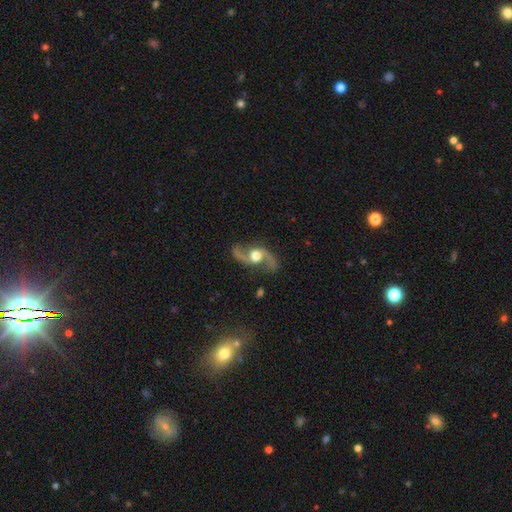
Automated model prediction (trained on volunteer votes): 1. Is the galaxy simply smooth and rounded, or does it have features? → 91% featured or disk, 5% smooth, 4% star or artifact.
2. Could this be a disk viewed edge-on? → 95% no, 5% yes.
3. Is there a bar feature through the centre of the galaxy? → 66% no, 26% weak, 9% strong.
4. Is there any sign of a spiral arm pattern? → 97% yes, 3% no.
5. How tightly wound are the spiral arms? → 72% loose, 23% medium, 5% tight.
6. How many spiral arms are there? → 95% 2, 1% can't tell, 1% 1, 1% 3, 1% 4, 1% more than 4.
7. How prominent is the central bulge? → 59% moderate, 33% large, 4% small, 2% dominant, 1% none.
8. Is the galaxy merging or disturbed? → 82% none, 11% minor disturbance, 5% major disturbance, 2% merger.